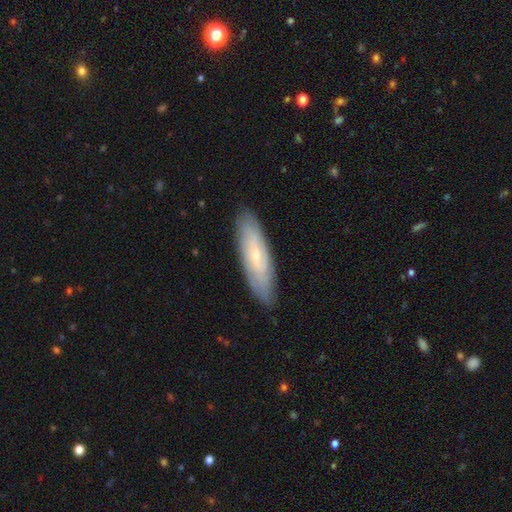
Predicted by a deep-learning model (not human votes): Smooth or featured?
  - featured or disk: 57% *
  - smooth: 36%
  - star or artifact: 7%
Edge-on disk?
  - no: 69% *
  - yes: 31%
Merging?
  - none: 85% *
  - minor disturbance: 11%
  - major disturbance: 2%
  - merger: 1%